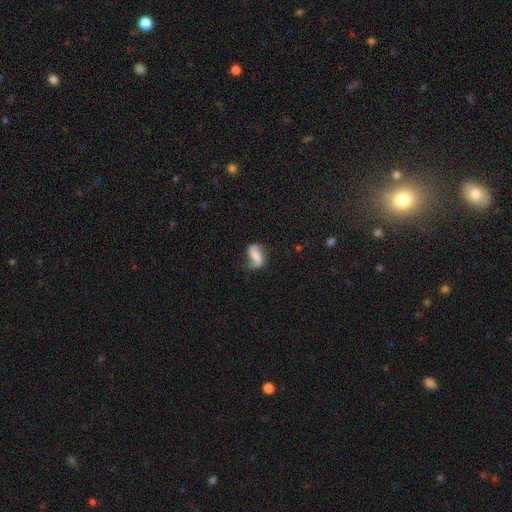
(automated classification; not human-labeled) A featured or disk galaxy (60%) with a strong bar (38%), 2 (86%) loose (75%) spiral arms (89%) and no central bulge (49%). Merging: none (60%).